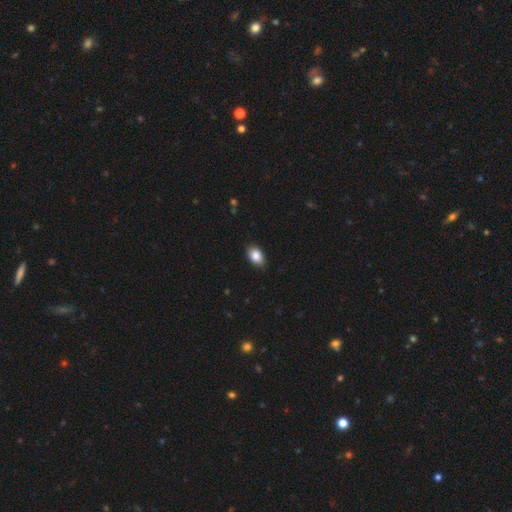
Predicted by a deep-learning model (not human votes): smooth 86%, star or artifact 8%, featured or disk 6%. Down the decision tree: how rounded — in between (87%); merging — none (84%).